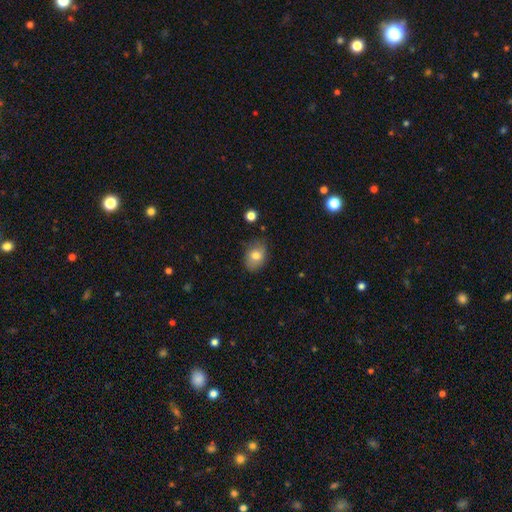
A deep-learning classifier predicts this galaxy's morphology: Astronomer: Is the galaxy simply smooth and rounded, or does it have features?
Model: smooth — 77%.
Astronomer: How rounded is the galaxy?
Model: in between — 71%.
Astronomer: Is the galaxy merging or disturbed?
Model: none — 75%.